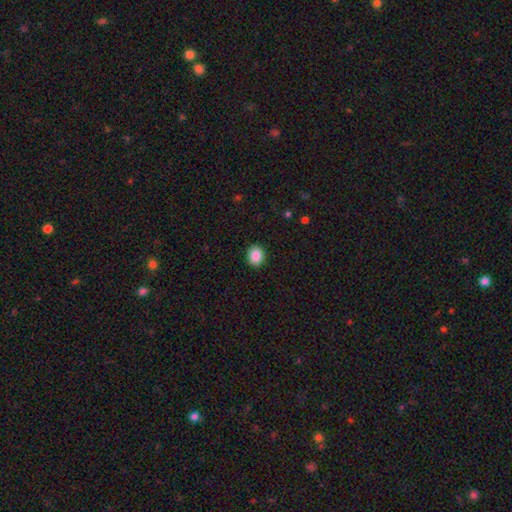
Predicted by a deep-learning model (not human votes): Overall: smooth (88%). How rounded: round (56%; in between 43%). Merging: none (91%).